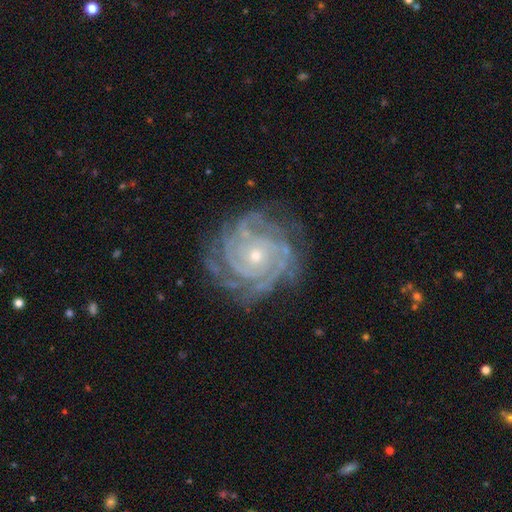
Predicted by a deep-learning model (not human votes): Smooth or featured?
  - featured or disk: 91% *
  - star or artifact: 6%
  - smooth: 4%
Edge-on disk?
  - no: 98% *
  - yes: 2%
Bar?
  - no: 79% *
  - weak: 15%
  - strong: 6%
Spiral arms?
  - yes: 98% *
  - no: 2%
Spiral winding?
  - tight: 79% *
  - medium: 19%
  - loose: 3%
Spiral arm count?
  - 3: 24% *
  - 4: 22%
  - can't tell: 20%
  - 2: 16%
  - more than 4: 11%
  - 1: 7%
Bulge size?
  - small: 69% *
  - moderate: 28%
  - large: 1%
  - none: 1%
  - dominant: 1%
Merging?
  - none: 74% *
  - minor disturbance: 18%
  - major disturbance: 7%
  - merger: 1%